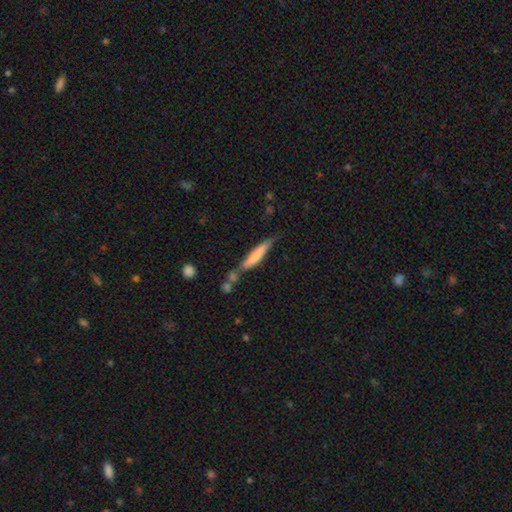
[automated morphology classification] type=smooth (65%); roundness=cigar-shaped (89%); merging=none (55%).